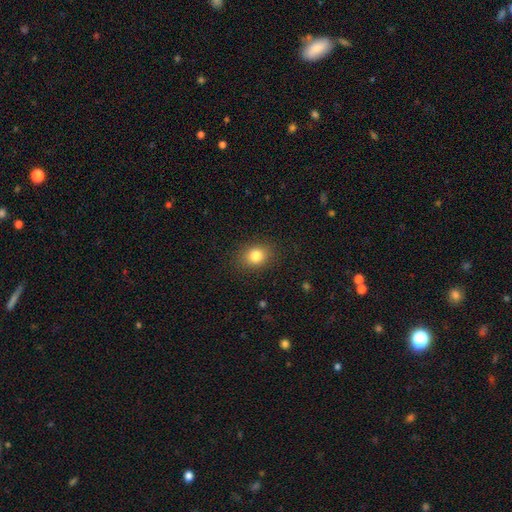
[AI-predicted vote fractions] This appears to be a smooth galaxy with no disk features (82%) that is round (53%). Merging: none (88%).